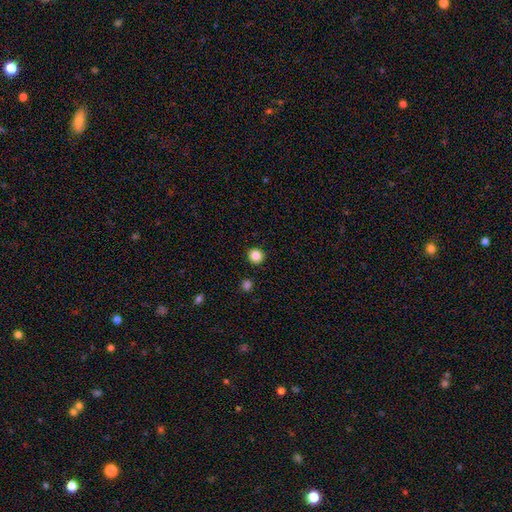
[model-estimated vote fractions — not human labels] Smooth or featured? Predicted: smooth (p=0.85). How rounded? Predicted: round (p=0.94). Merging? Predicted: none (p=0.92).